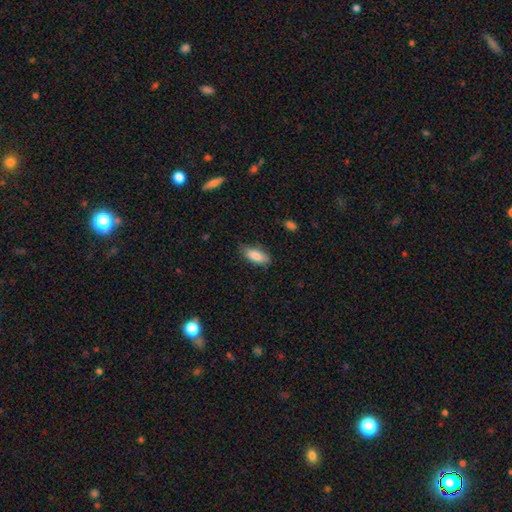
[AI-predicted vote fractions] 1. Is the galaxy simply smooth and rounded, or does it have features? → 85% smooth, 8% featured or disk, 7% star or artifact.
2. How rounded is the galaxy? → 81% in between, 17% cigar-shaped, 2% round.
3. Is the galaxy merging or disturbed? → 74% none, 21% minor disturbance, 4% major disturbance, 1% merger.